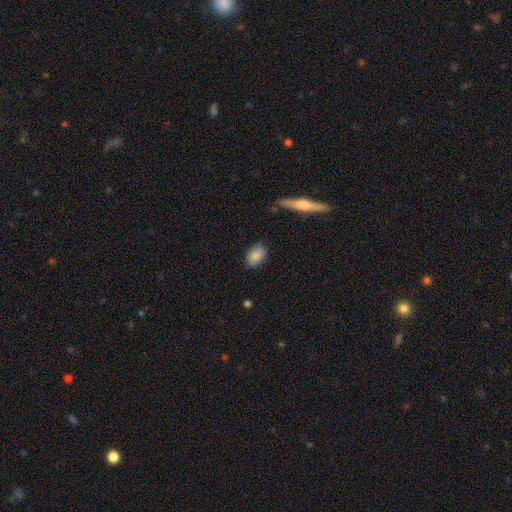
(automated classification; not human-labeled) Q: Smooth or featured?
A: smooth (86%); runner-up: star or artifact (7%)
Q: How rounded?
A: in between (88%); runner-up: round (9%)
Q: Merging?
A: none (77%); runner-up: minor disturbance (18%)